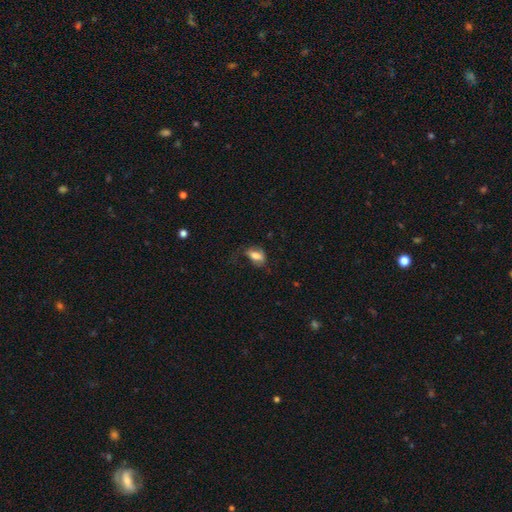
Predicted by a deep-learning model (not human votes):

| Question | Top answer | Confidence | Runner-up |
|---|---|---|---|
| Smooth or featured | smooth | 76% | featured or disk (15%) |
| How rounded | in between | 88% | round (8%) |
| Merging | none | 40% | major disturbance (29%) |